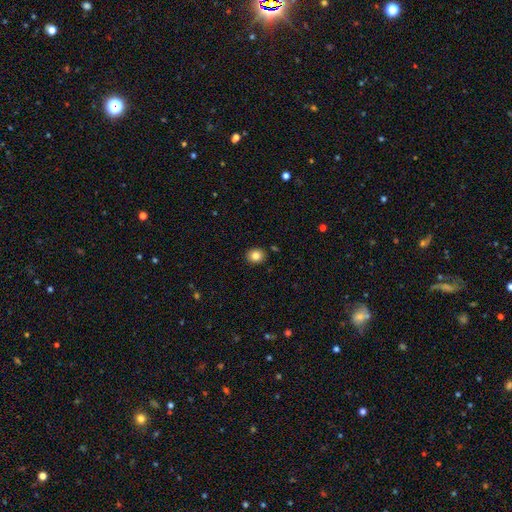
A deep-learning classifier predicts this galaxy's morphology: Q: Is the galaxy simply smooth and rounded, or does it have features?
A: smooth — 83%.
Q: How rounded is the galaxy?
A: round — 72%.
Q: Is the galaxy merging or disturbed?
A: none — 90%.